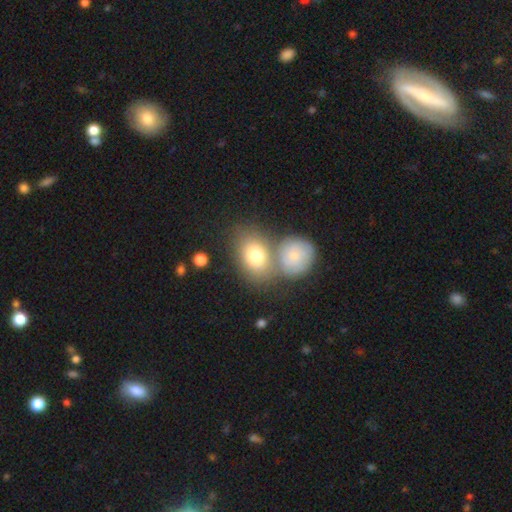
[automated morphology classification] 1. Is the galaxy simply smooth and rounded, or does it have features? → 75% smooth, 16% featured or disk, 8% star or artifact.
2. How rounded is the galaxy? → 63% in between, 36% round, 1% cigar-shaped.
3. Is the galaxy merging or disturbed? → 48% none, 35% merger, 12% minor disturbance, 5% major disturbance.